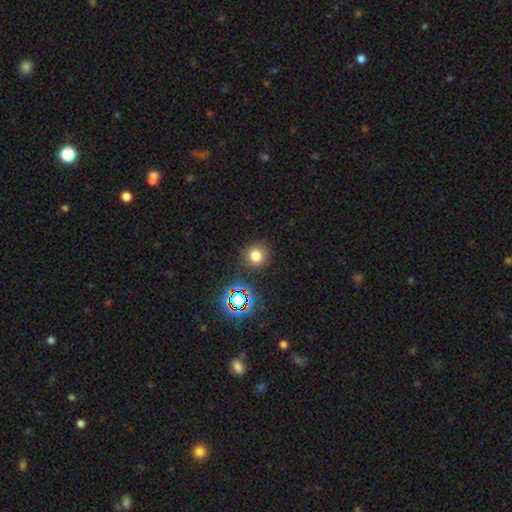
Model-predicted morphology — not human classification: Smooth or featured? smooth (75%)
How rounded? round (87%)
Merging? none (86%)